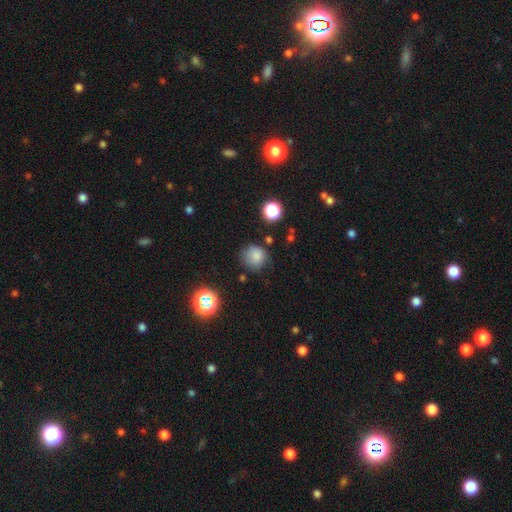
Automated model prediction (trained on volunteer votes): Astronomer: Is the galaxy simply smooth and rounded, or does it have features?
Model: smooth — 80%.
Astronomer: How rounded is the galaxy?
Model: round — 87%.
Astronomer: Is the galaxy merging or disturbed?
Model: none — 68%.